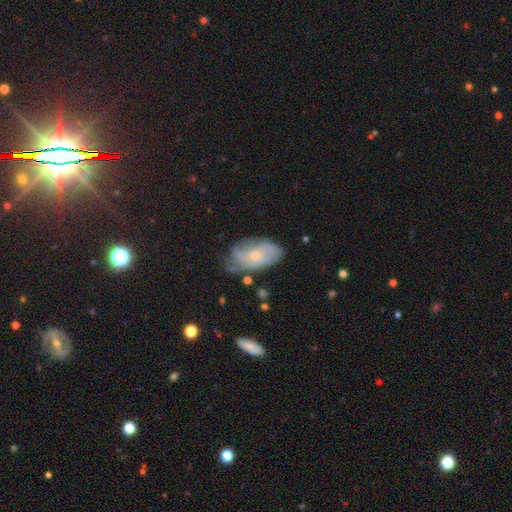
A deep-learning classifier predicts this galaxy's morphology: smooth_or_featured: featured or disk (p=0.58) [alt: smooth p=0.34]
disk_edge_on: no (p=0.93) [alt: yes p=0.07]
bar: no (p=0.81) [alt: weak p=0.16]
has_spiral_arms: yes (p=0.72) [alt: no p=0.28]
bulge_size: small (p=0.66) [alt: moderate p=0.30]
merging: none (p=0.56) [alt: minor disturbance p=0.30]